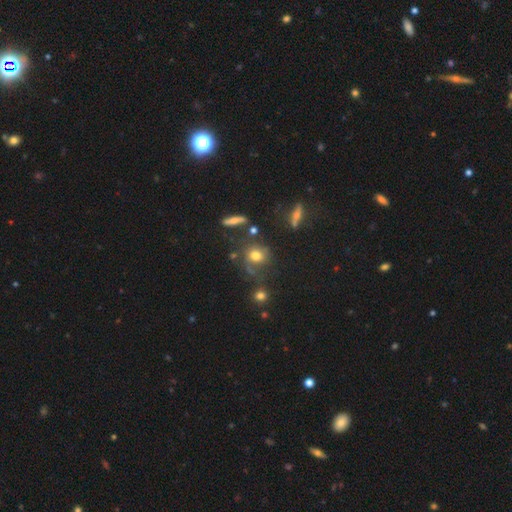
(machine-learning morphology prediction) Overall: smooth (63%). How rounded: round (76%). Merging: none (58%; minor disturbance 19%).